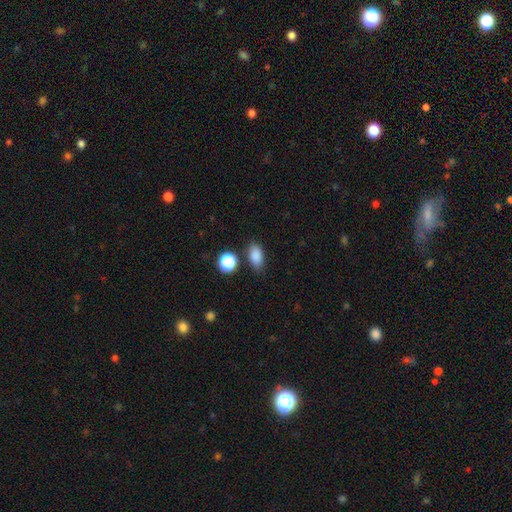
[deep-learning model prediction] Smooth or featured?
  - smooth: 85% *
  - star or artifact: 10%
  - featured or disk: 5%
How rounded?
  - in between: 86% *
  - round: 11%
  - cigar-shaped: 3%
Merging?
  - none: 79% *
  - minor disturbance: 12%
  - merger: 5%
  - major disturbance: 3%